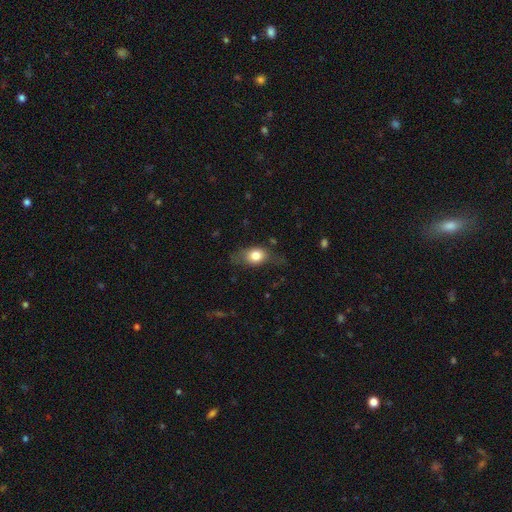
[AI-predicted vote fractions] Morphology: type=smooth (75%); roundness=in between (66%); merging=none (55%).